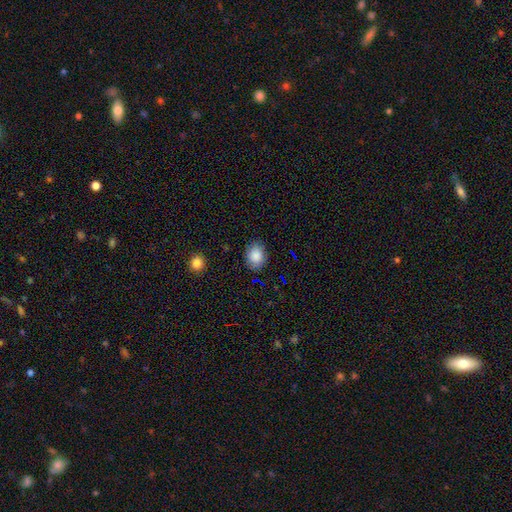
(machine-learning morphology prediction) A smooth galaxy with no disk features (86%) that is in between round and cigar-shaped (64%).

Vote fractions:
- Smooth or featured? smooth: 86% / star or artifact: 8% / featured or disk: 6%
- How rounded? in between: 64% / round: 35% / cigar-shaped: 1%
- Merging? none: 85% / minor disturbance: 11% / major disturbance: 3% / merger: 1%